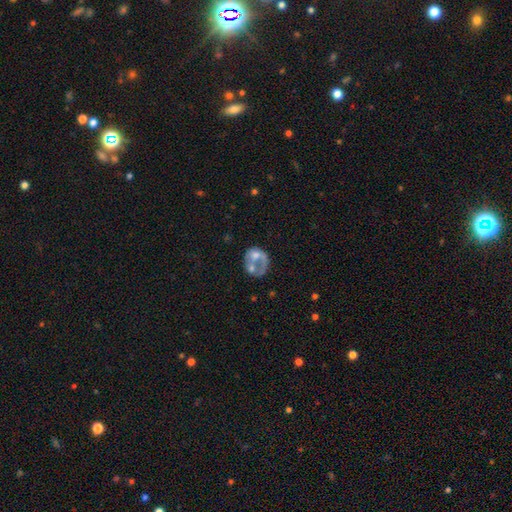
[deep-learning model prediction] A featured or disk galaxy (50%). Merging: merger (32%).